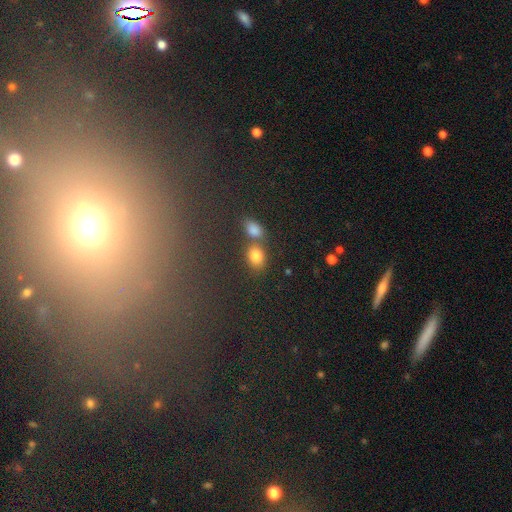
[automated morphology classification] Smooth or featured? smooth (81%)
How rounded? in between (69%)
Merging? none (54%)